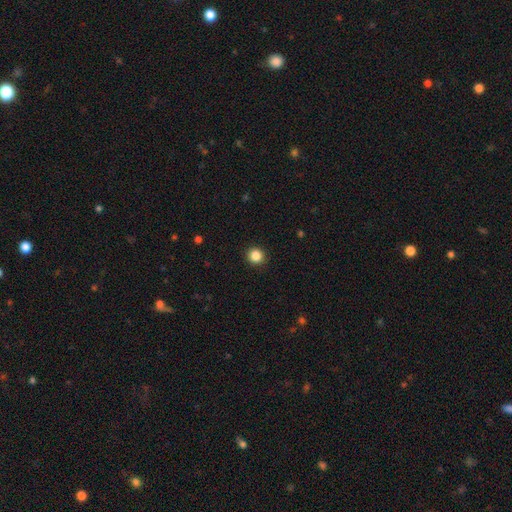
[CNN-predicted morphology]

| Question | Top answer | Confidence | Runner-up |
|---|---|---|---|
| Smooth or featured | smooth | 86% | star or artifact (11%) |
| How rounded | round | 92% | in between (7%) |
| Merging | none | 92% | minor disturbance (5%) |